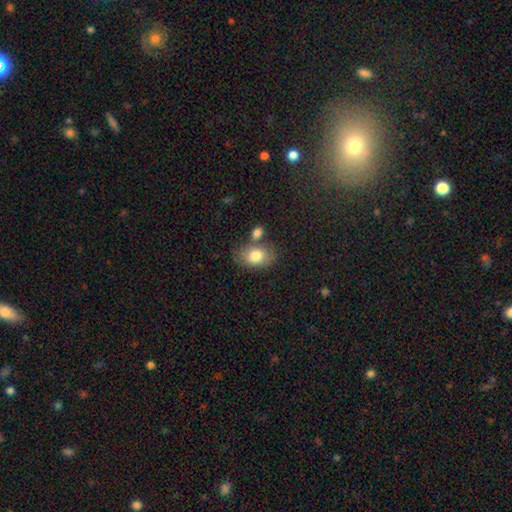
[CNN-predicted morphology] Q: Smooth or featured?
A: smooth (80%); runner-up: featured or disk (13%)
Q: How rounded?
A: in between (81%); runner-up: round (17%)
Q: Merging?
A: none (62%); runner-up: merger (18%)